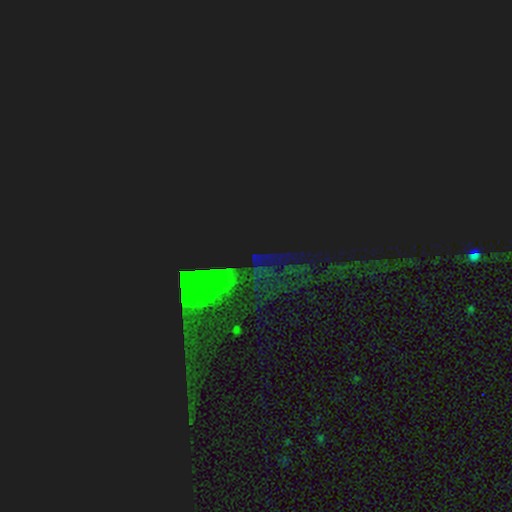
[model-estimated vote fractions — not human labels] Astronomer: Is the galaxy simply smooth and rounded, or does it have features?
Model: star or artifact — 78%.